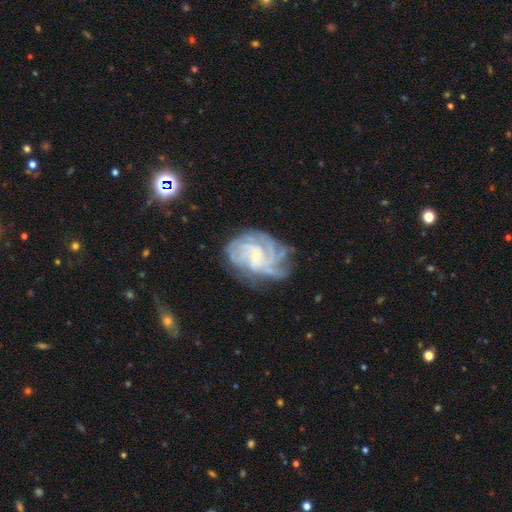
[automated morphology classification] This is clearly a featured or disk galaxy (85%). It is clearly not viewed edge-on (98%). Bar: possibly no (54%). Spiral arm pattern: clearly yes (97%). Spiral arm count: marginally 4 (28%, tied with can't tell). Spiral winding: likely tight (62%). Central bulge: likely small (71%). Merging: likely none (65%).